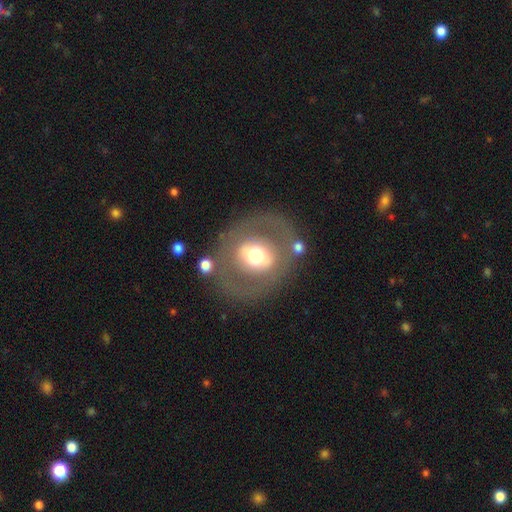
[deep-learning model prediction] A featured or disk galaxy (51%). Merging: none (71%).